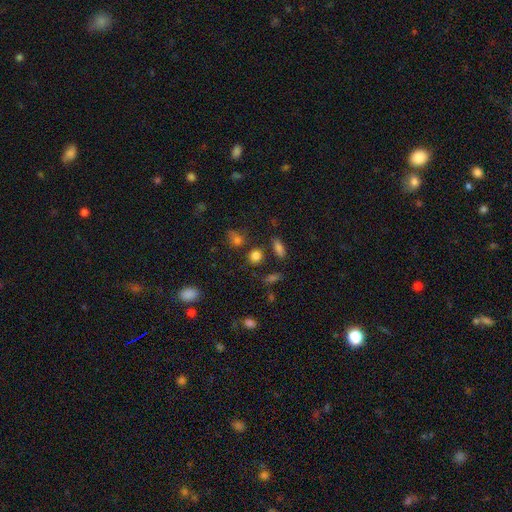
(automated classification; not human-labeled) A smooth galaxy with no disk features (79%) that is round (67%).

Vote fractions:
- Smooth or featured? smooth: 79% / star or artifact: 15% / featured or disk: 6%
- How rounded? round: 67% / in between: 30% / cigar-shaped: 3%
- Merging? none: 73% / minor disturbance: 12% / merger: 10% / major disturbance: 5%